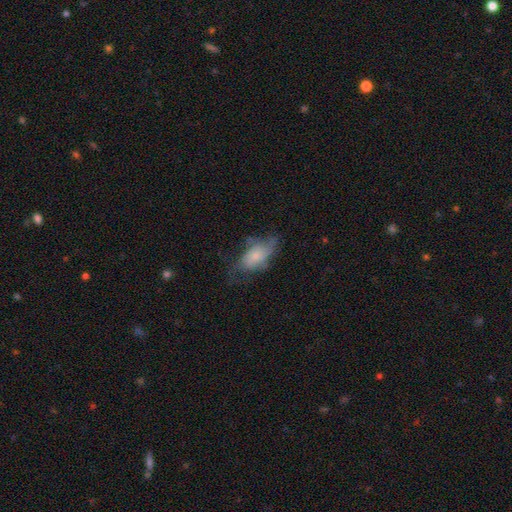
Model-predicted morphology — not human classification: This appears to be a smooth galaxy with no disk features (52%) that is in between round and cigar-shaped (89%). Merging: none (40%).